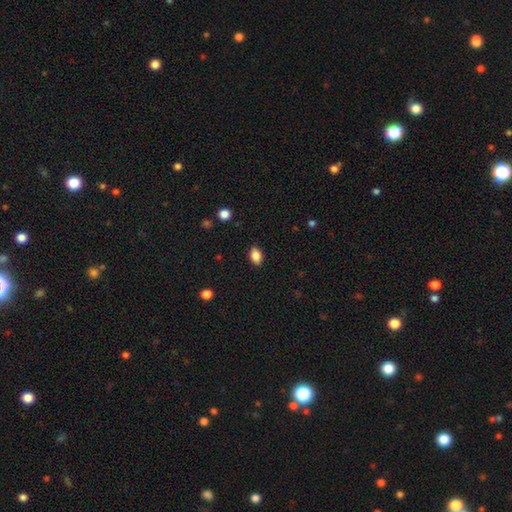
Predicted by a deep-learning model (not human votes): The model was most divided on "how rounded": in between: 85%, round: 13%, cigar-shaped: 2%. More confident: merging — none (87%); smooth or featured — smooth (85%).